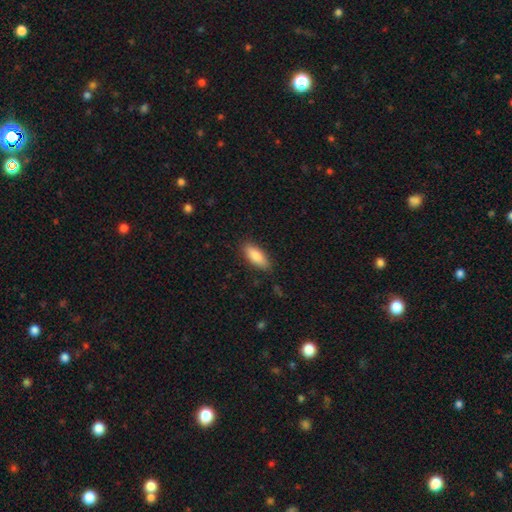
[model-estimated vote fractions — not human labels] Smooth or featured: smooth — 84% (featured or disk — 10%)
How rounded: in between — 72% (cigar-shaped — 26%)
Merging: none — 85% (minor disturbance — 11%)